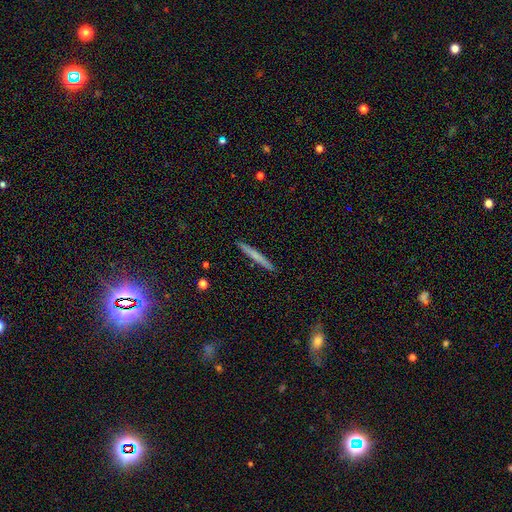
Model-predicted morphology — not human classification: The model was most divided on "smooth or featured": smooth: 59%, featured or disk: 35%, star or artifact: 7%. More confident: how rounded — cigar-shaped (96%); merging — none (92%).